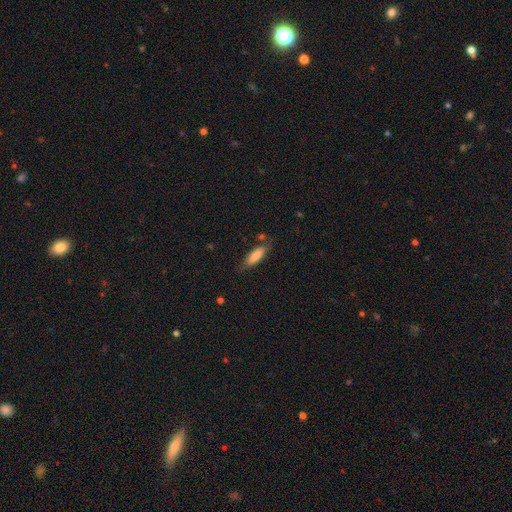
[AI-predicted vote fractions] A smooth galaxy with no disk features (81%) that is in between round and cigar-shaped (53%). Merging: none (73%).